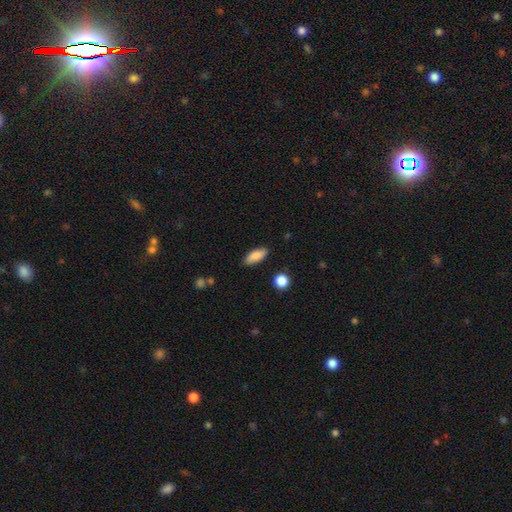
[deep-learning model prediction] The model was most divided on "how rounded": in between: 79%, cigar-shaped: 18%, round: 3%. More confident: merging — none (84%); smooth or featured — smooth (84%).